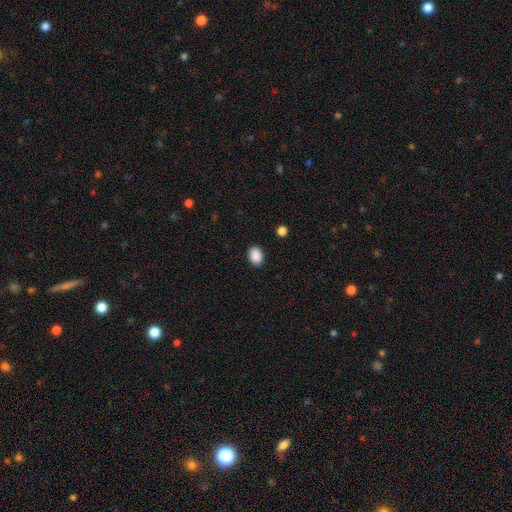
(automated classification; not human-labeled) Smooth or featured?
  - smooth: 89% *
  - star or artifact: 8%
  - featured or disk: 3%
How rounded?
  - in between: 81% *
  - round: 18%
  - cigar-shaped: 1%
Merging?
  - none: 89% *
  - minor disturbance: 8%
  - major disturbance: 2%
  - merger: 1%